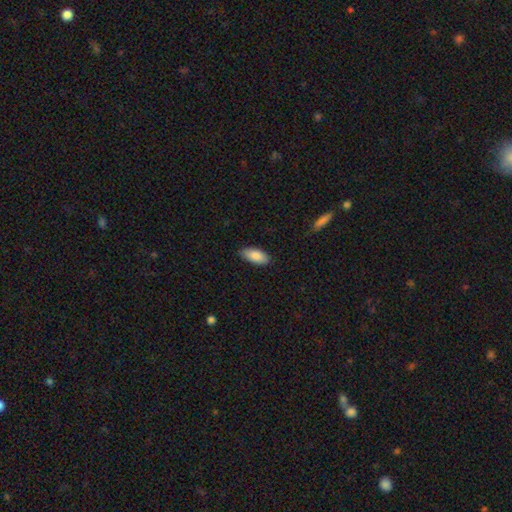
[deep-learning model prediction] Smooth or featured?
  - smooth: 86% *
  - featured or disk: 8%
  - star or artifact: 6%
How rounded?
  - in between: 89% *
  - cigar-shaped: 9%
  - round: 2%
Merging?
  - none: 84% *
  - minor disturbance: 13%
  - major disturbance: 2%
  - merger: 1%